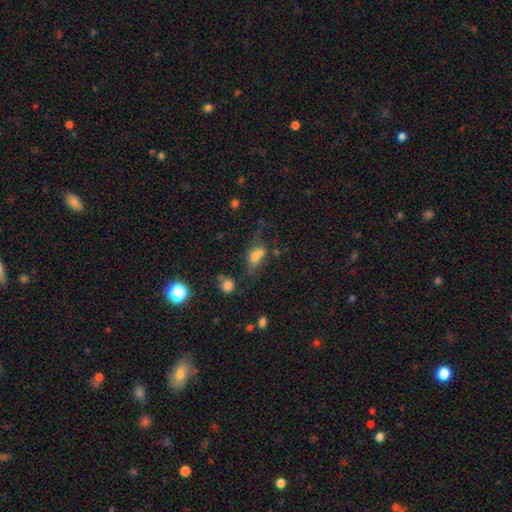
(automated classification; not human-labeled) This appears to be a smooth galaxy with no disk features (62%) that is in between round and cigar-shaped (64%). Merging: merger (39%).